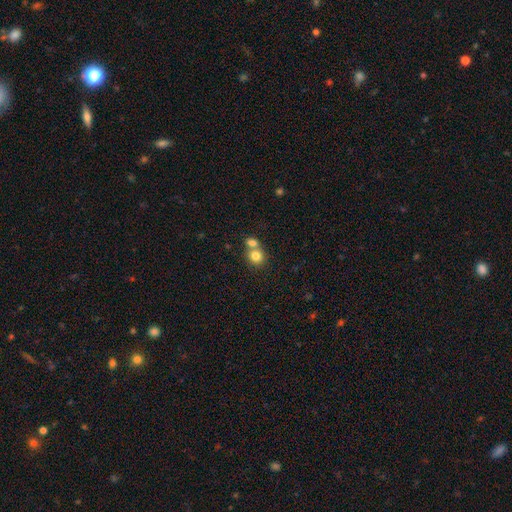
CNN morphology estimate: Smooth or featured: smooth — 79% (featured or disk — 11%)
How rounded: round — 78% (in between — 21%)
Merging: merger — 51% (none — 40%)